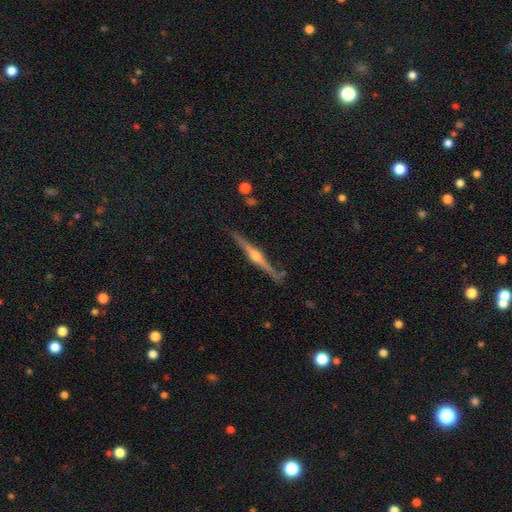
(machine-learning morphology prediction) Overall: featured or disk (82%). Edge-on disk: yes (98%). Edge-on bulge: rounded (93%). Merging: none (86%).